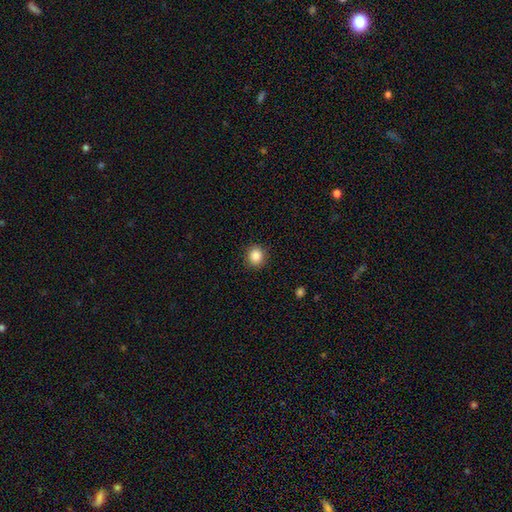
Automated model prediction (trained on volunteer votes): Morphology: type=smooth (86%); roundness=round (87%); merging=none (90%).